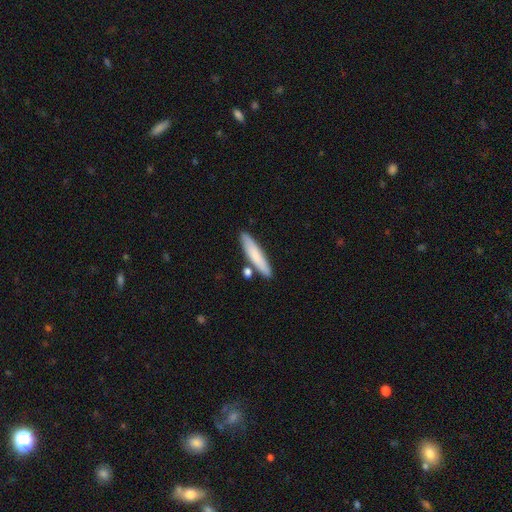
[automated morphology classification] type=smooth (76%); roundness=cigar-shaped (87%); merging=none (81%).